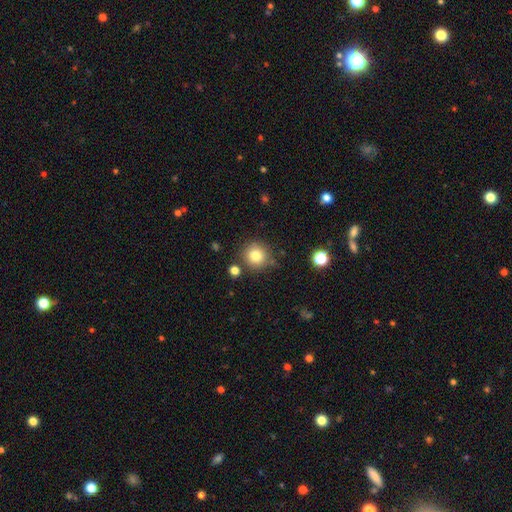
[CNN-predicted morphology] Smooth or featured: smooth — 80% (star or artifact — 11%)
How rounded: round — 93% (in between — 6%)
Merging: none — 81% (minor disturbance — 10%)